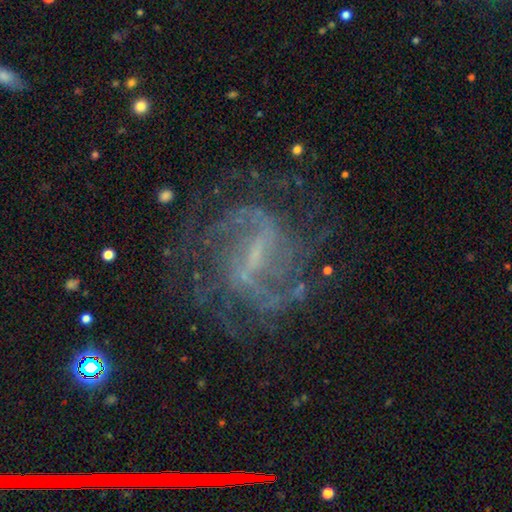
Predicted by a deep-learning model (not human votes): smooth-or-featured: featured or disk: 83% | star or artifact: 10% | smooth: 7%
  disk-edge-on: no: 96% | yes: 4%
    bar: weak: 45% | strong: 41% | no: 14%
    has-spiral-arms: yes: 90% | no: 10%
      spiral-winding: medium: 46% | tight: 29% | loose: 25%
      spiral-arm-count: 2: 38% | can't tell: 30% | 3: 13% | 4: 7% | 1: 6% | more than 4: 5%
    bulge-size: small: 54% | none: 29% | moderate: 14% | large: 2% | dominant: 1%
  merging: none: 65% | major disturbance: 17% | minor disturbance: 16% | merger: 2%